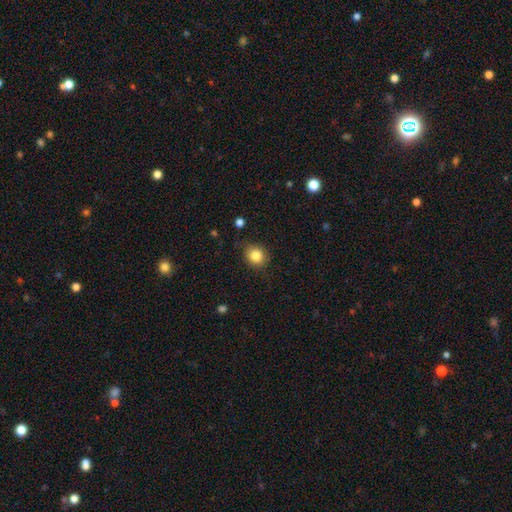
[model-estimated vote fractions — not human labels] Smooth or featured? smooth (84%)
How rounded? round (77%)
Merging? none (82%)